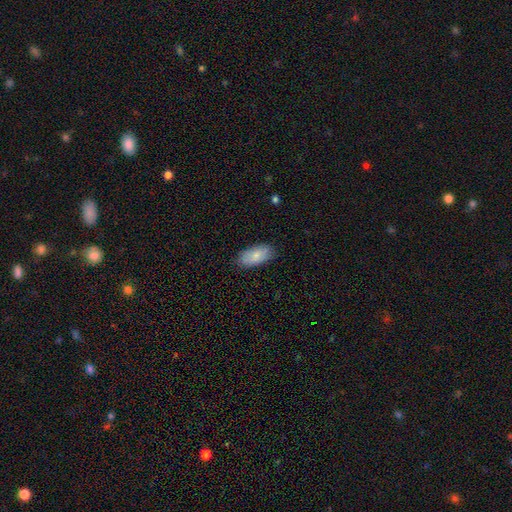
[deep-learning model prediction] Smooth or featured? smooth (83%)
How rounded? in between (92%)
Merging? none (83%)